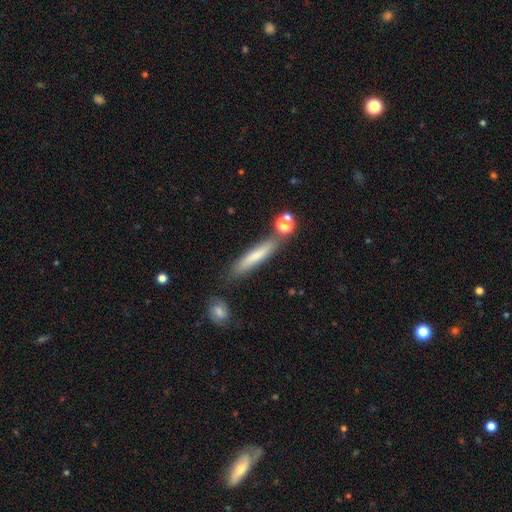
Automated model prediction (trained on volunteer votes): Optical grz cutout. It shows a smooth galaxy with no disk features (70%) that is cigar-shaped (90%). Merging: none (75%).